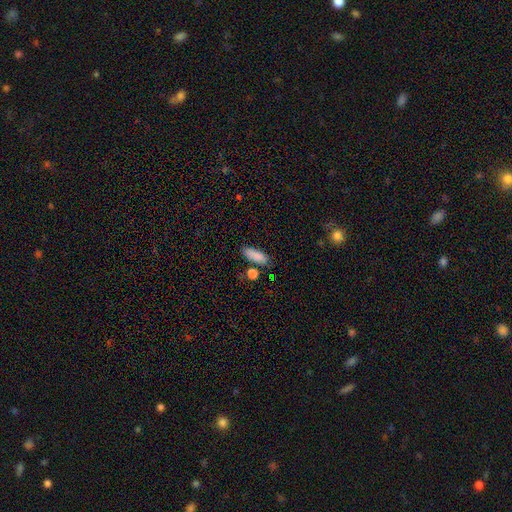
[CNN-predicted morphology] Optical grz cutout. It shows a smooth galaxy with no disk features (86%) that is in between round and cigar-shaped (66%). Merging: none (73%).